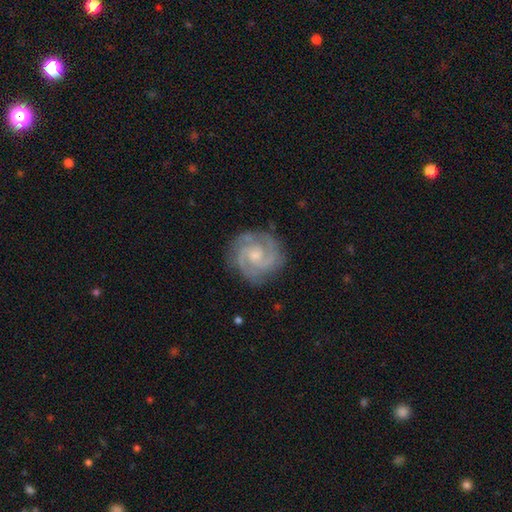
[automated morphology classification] This appears to be a featured or disk galaxy (90%) with no bar (61%), 2 (57%) tight (60%) spiral arms (98%) and a small central bulge (54%). Merging: none (82%).